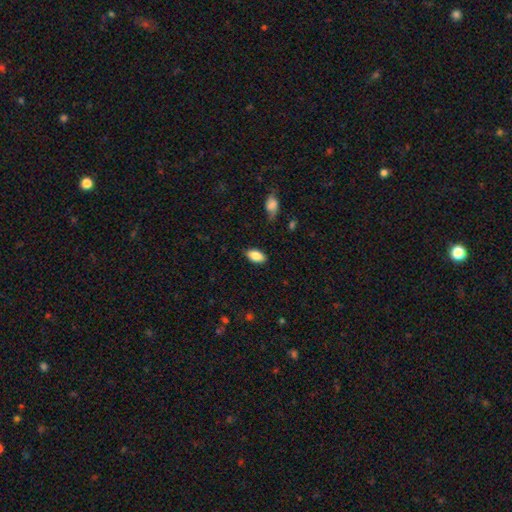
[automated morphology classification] smooth_or_featured: smooth (p=0.84) [alt: featured or disk p=0.09]
how_rounded: in between (p=0.93) [alt: cigar-shaped p=0.04]
merging: none (p=0.85) [alt: minor disturbance p=0.11]